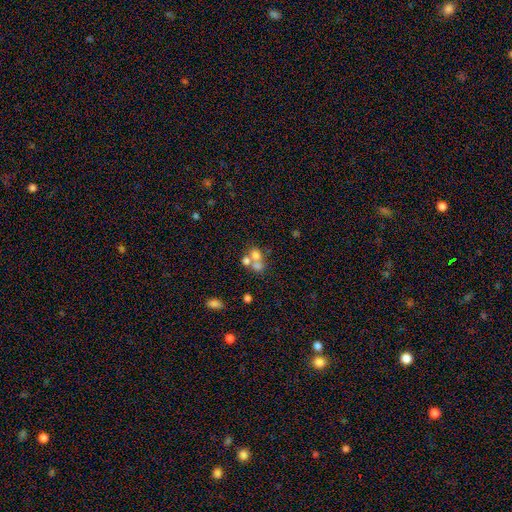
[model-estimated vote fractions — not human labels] Smooth or featured? Predicted: smooth (p=0.61). How rounded? Predicted: round (p=0.62). Merging? Predicted: merger (p=0.59).